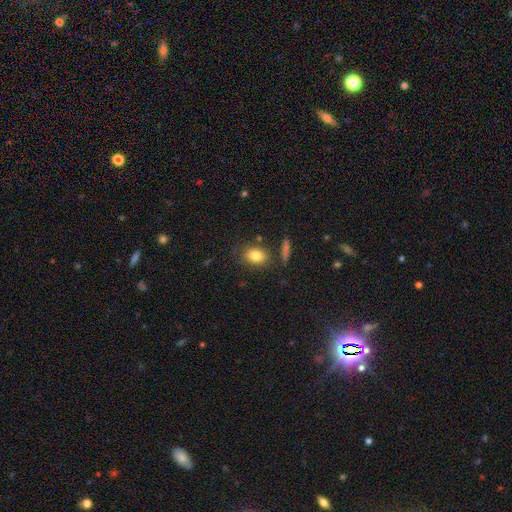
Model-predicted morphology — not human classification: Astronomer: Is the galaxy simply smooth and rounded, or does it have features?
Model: smooth — 82%.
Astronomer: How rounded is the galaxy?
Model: in between — 72%.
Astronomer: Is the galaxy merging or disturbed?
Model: none — 77%.